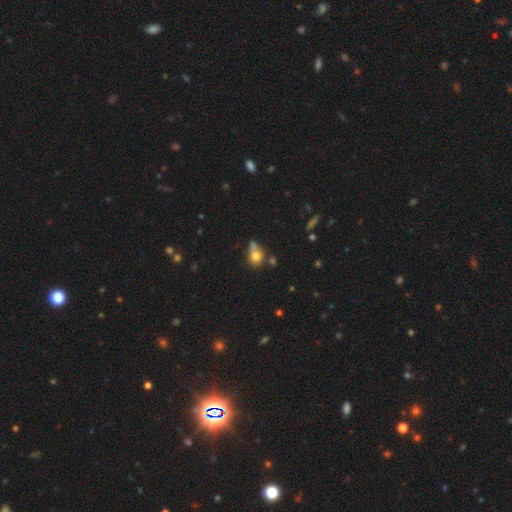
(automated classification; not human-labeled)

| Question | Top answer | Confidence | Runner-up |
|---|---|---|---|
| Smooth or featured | smooth | 76% | featured or disk (14%) |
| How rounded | round | 56% | in between (42%) |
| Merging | none | 38% | merger (29%) |